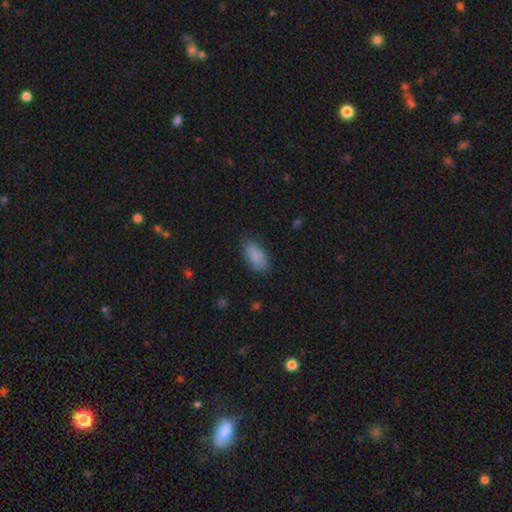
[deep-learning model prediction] The model was most divided on "merging": none: 80%, minor disturbance: 16%, major disturbance: 4%, merger: 1%. More confident: how rounded — in between (93%); smooth or featured — smooth (88%).